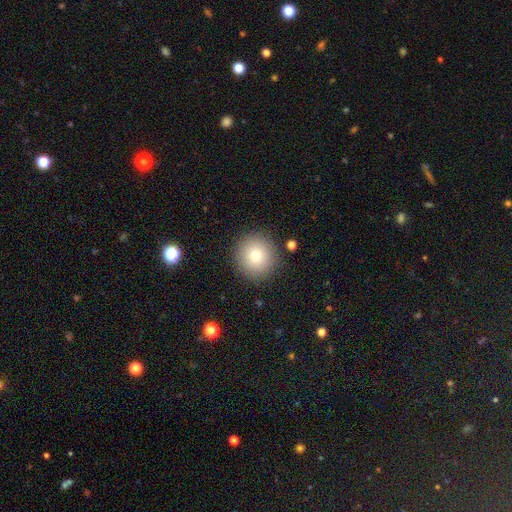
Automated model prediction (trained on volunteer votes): The model was most divided on "smooth or featured": smooth: 80%, star or artifact: 10%, featured or disk: 10%. More confident: how rounded — round (93%); merging — none (89%).